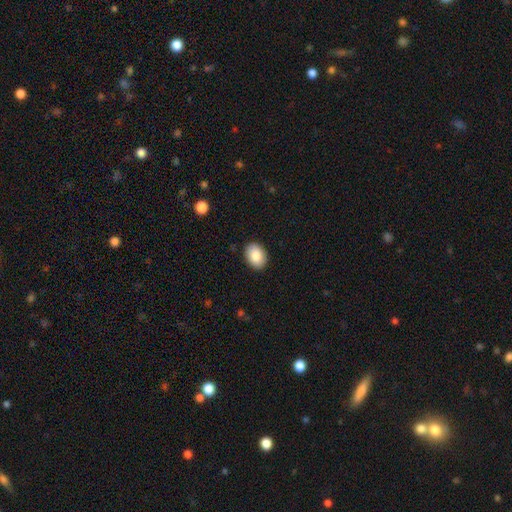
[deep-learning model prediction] A smooth galaxy with no disk features (83%) that is in between round and cigar-shaped (71%). Merging: none (89%).